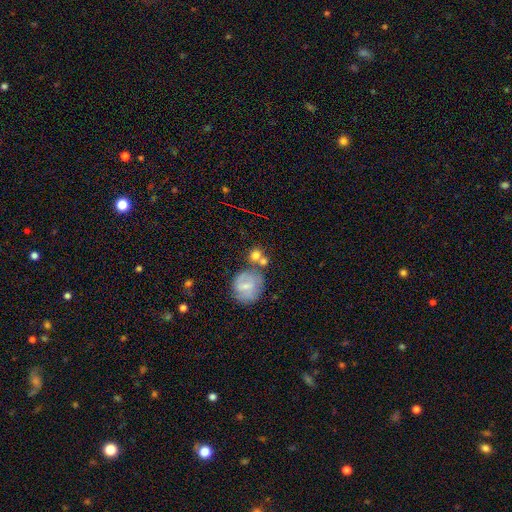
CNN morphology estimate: Q: Smooth or featured?
A: smooth (66%); runner-up: featured or disk (23%)
Q: How rounded?
A: round (78%); runner-up: in between (20%)
Q: Merging?
A: none (49%); runner-up: merger (33%)